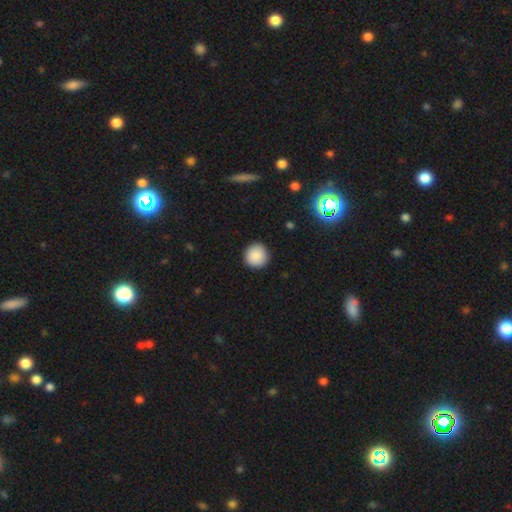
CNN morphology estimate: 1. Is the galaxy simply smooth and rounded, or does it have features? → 89% smooth, 8% star or artifact, 3% featured or disk.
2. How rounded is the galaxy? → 95% round, 4% in between, 1% cigar-shaped.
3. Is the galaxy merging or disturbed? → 92% none, 6% minor disturbance, 2% major disturbance, 1% merger.